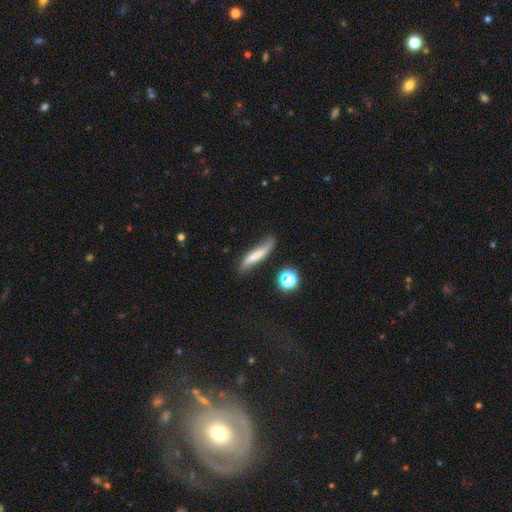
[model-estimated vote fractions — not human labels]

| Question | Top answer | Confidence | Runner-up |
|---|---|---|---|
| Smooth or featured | smooth | 58% | featured or disk (32%) |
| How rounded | cigar-shaped | 82% | in between (14%) |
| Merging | none | 61% | minor disturbance (26%) |